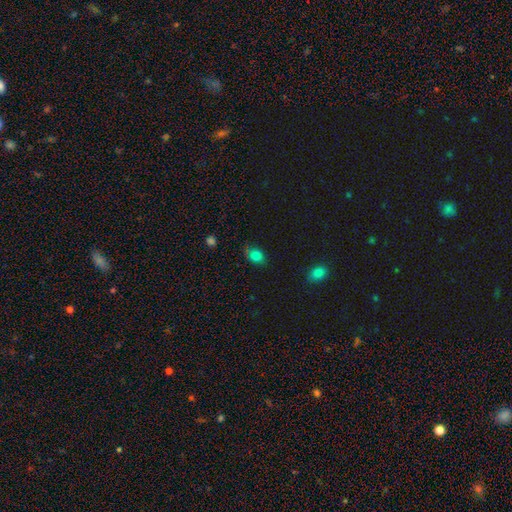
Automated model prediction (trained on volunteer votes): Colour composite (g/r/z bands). It shows a smooth galaxy with no disk features (80%) that is in between round and cigar-shaped (66%). Merging: none (64%).